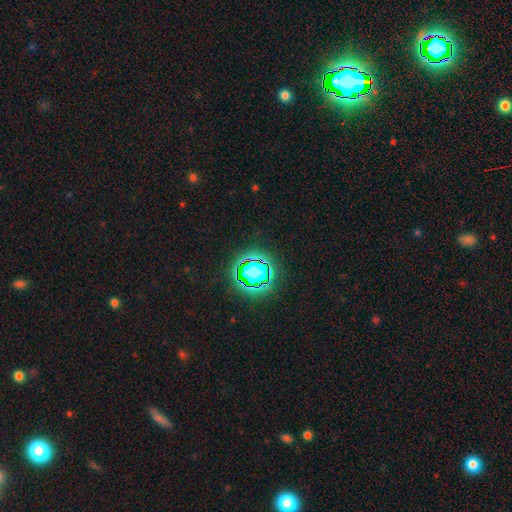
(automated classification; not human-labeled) A star or artifact, not a galaxy (80%).